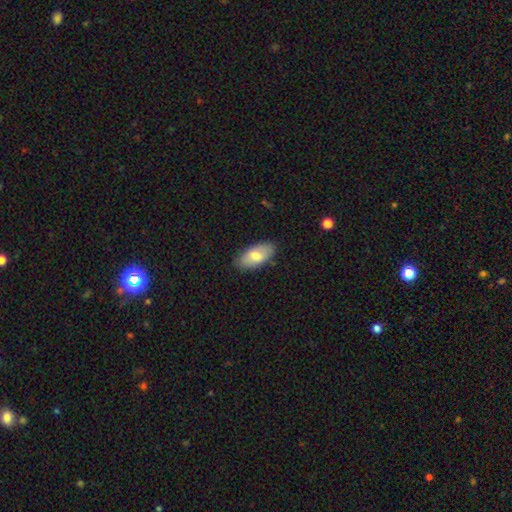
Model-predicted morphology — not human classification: This is likely a smooth galaxy (74%). How rounded: clearly in between (92%). Merging: clearly none (84%).